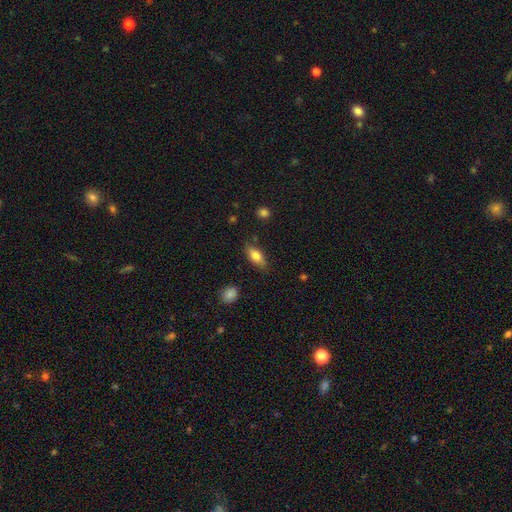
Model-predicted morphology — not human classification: smooth 80%, featured or disk 13%, star or artifact 7%. Down the decision tree: how rounded — in between (86%); merging — none (81%).